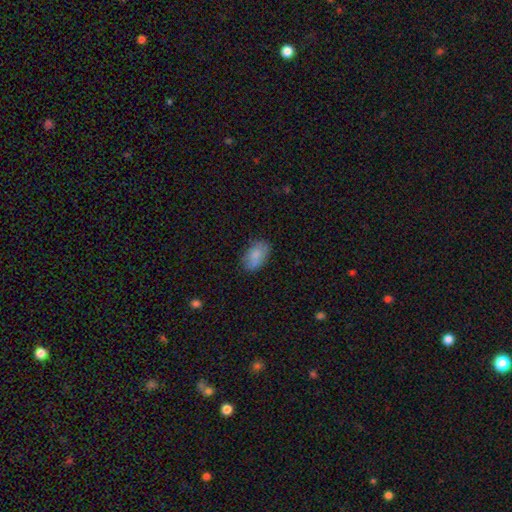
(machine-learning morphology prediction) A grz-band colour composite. It shows a smooth galaxy with no disk features (82%) that is in between round and cigar-shaped (90%). Merging: none (75%).